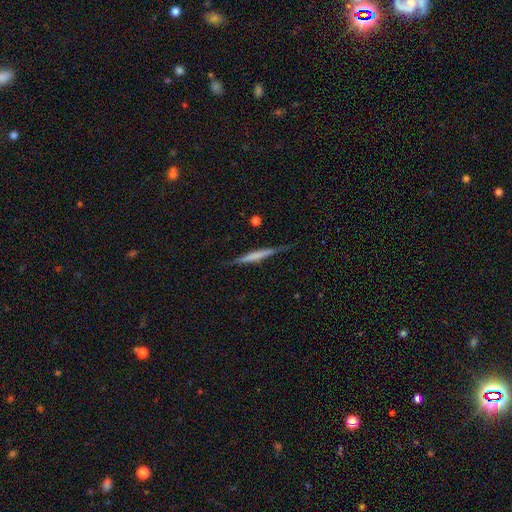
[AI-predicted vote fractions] A featured or disk galaxy (55%) viewed edge-on (97%) with no central bulge (64%). Merging: none (84%).